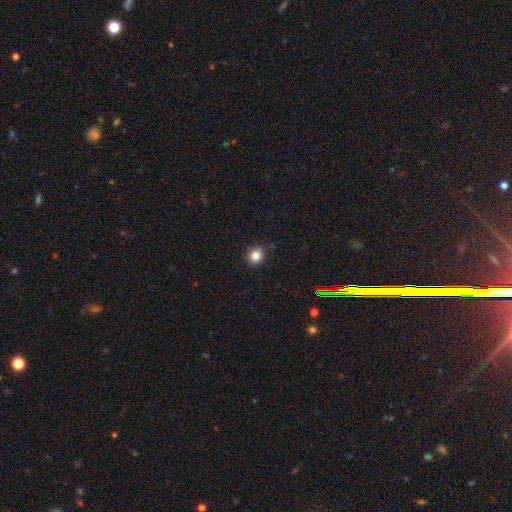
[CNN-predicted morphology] This is clearly a smooth galaxy (84%). How rounded: likely round (75%). Merging: clearly none (88%).